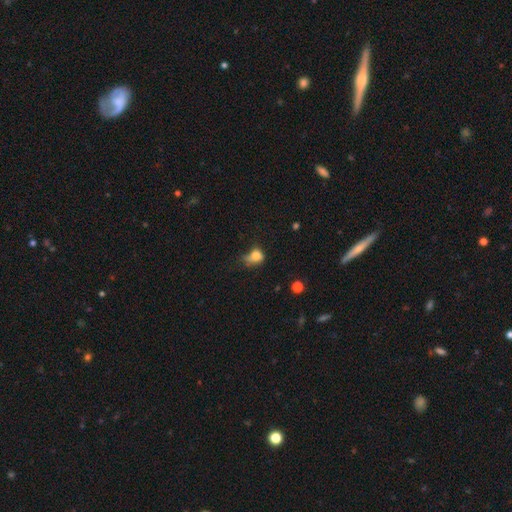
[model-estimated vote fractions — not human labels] smooth_or_featured: smooth (p=0.76) [alt: featured or disk p=0.12]
how_rounded: in between (p=0.53) [alt: round p=0.45]
merging: minor disturbance (p=0.36) [alt: major disturbance p=0.29]